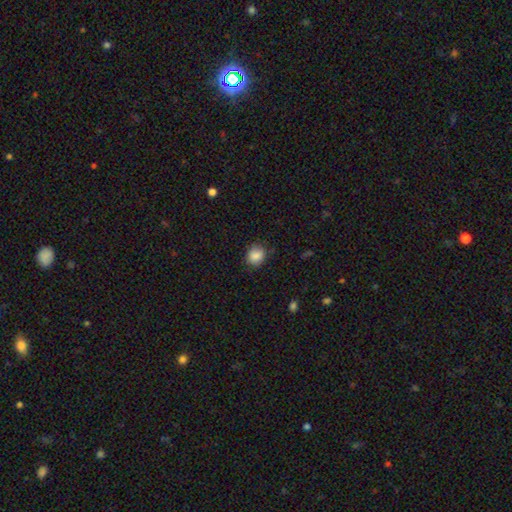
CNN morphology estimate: This is clearly a smooth galaxy (87%). How rounded: likely round (68%). Merging: clearly none (81%).